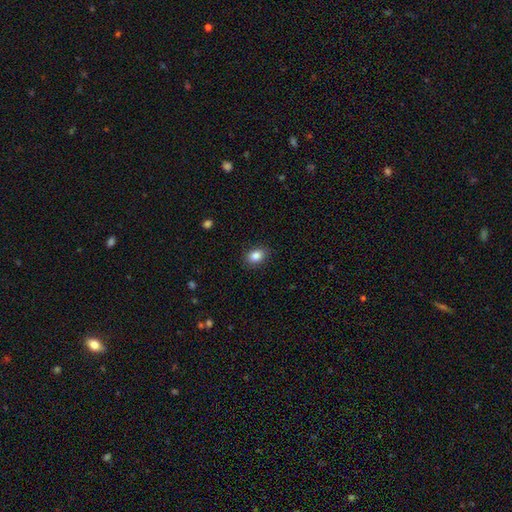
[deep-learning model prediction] smooth_or_featured: smooth (p=0.86) [alt: star or artifact p=0.09]
how_rounded: in between (p=0.70) [alt: round p=0.29]
merging: none (p=0.88) [alt: minor disturbance p=0.09]